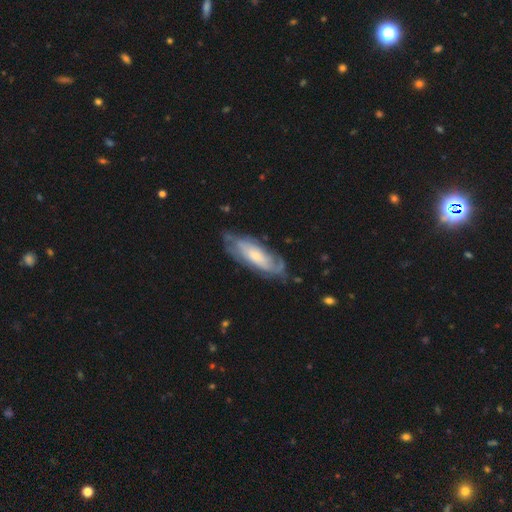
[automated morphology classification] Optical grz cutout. It shows a featured or disk galaxy (68%) with no bar (69%), spiral arms (81%) and a small central bulge (58%). Merging: none (70%).